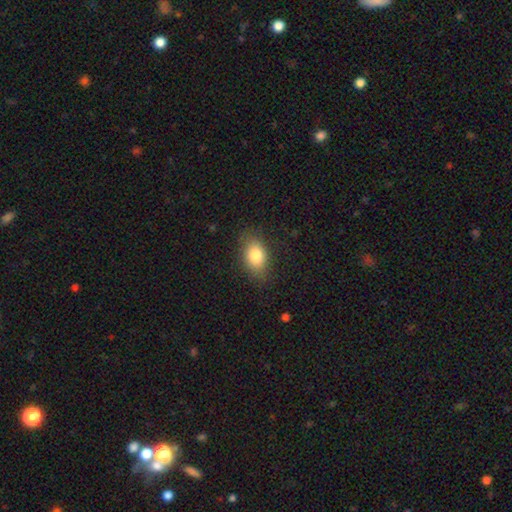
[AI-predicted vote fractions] This appears to be a smooth galaxy with no disk features (81%) that is in between round and cigar-shaped (85%). Merging: none (81%).